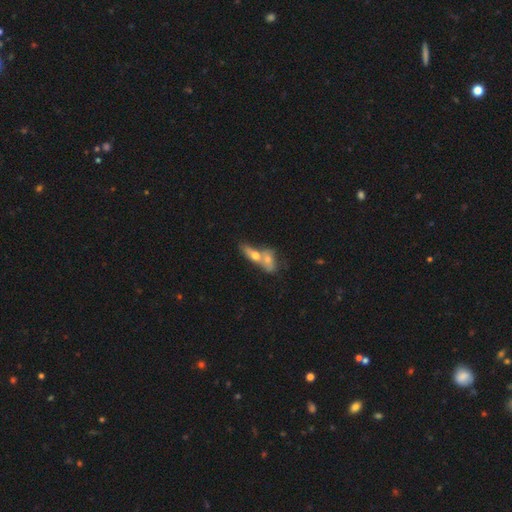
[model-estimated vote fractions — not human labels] A smooth galaxy with no disk features (55%) that is in between round and cigar-shaped (58%). Merging: merger (67%).